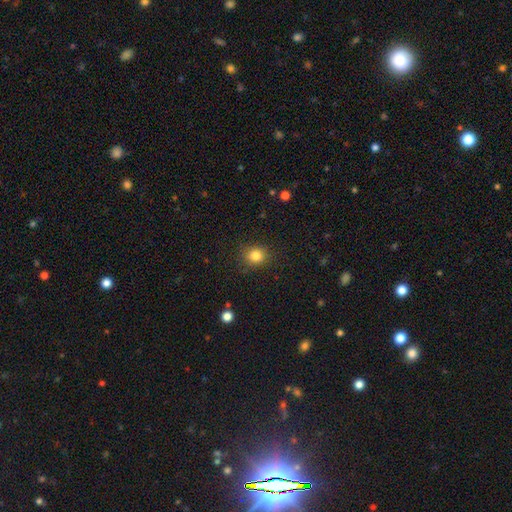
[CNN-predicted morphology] Smooth or featured: smooth — 83% (star or artifact — 12%)
How rounded: round — 80% (in between — 19%)
Merging: none — 87% (minor disturbance — 9%)